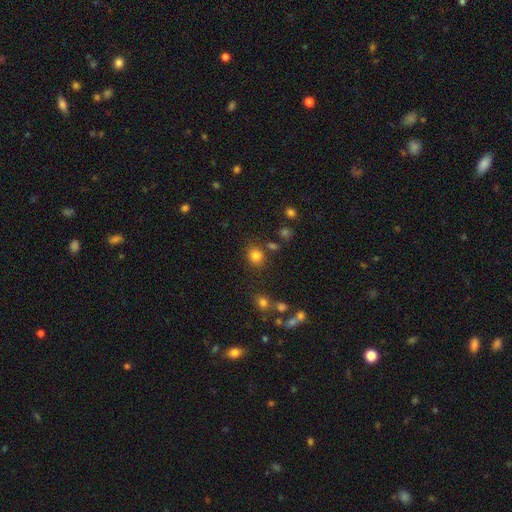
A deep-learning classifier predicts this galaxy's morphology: Smooth or featured? Predicted: smooth (p=0.82). How rounded? Predicted: round (p=0.81). Merging? Predicted: none (p=0.78).